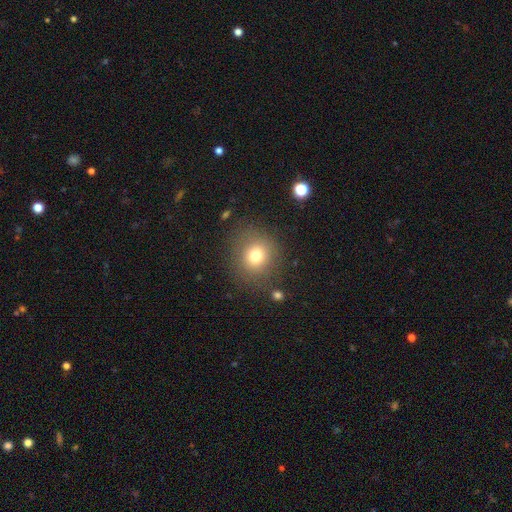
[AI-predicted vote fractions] smooth-or-featured: smooth: 74% | star or artifact: 14% | featured or disk: 12%
  how-rounded: round: 85% | in between: 15% | cigar-shaped: 1%
  merging: none: 83% | minor disturbance: 10% | major disturbance: 5% | merger: 2%